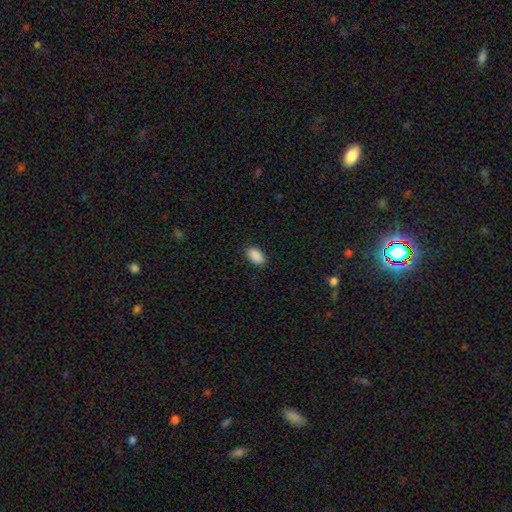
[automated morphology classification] Q: Smooth or featured?
A: smooth (90%); runner-up: star or artifact (7%)
Q: How rounded?
A: in between (94%); runner-up: round (5%)
Q: Merging?
A: none (89%); runner-up: minor disturbance (8%)